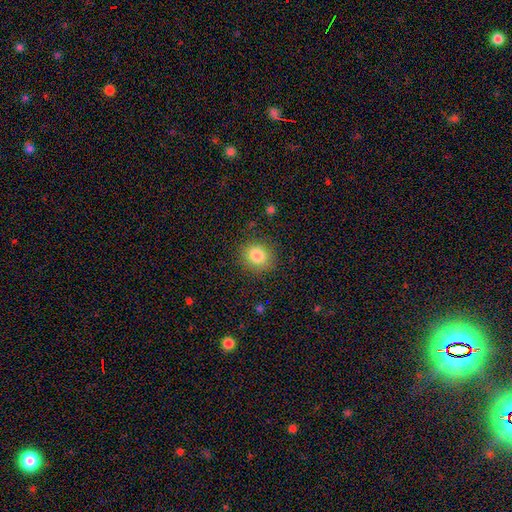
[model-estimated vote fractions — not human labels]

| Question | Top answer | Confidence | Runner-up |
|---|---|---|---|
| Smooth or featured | smooth | 83% | star or artifact (10%) |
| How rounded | round | 79% | in between (20%) |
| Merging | none | 86% | minor disturbance (9%) |